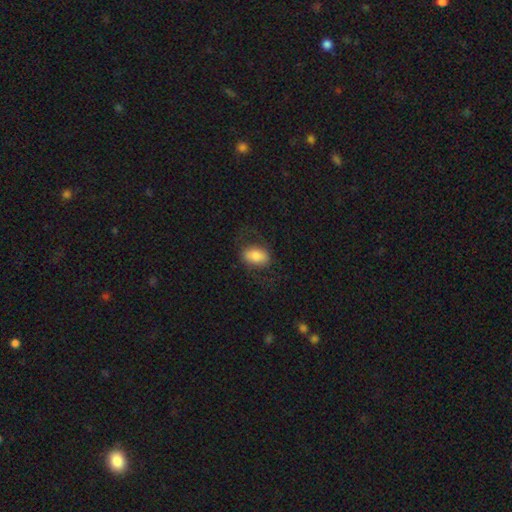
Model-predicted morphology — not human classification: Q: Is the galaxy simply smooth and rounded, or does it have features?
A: smooth — 70%.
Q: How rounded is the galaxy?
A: in between — 84%.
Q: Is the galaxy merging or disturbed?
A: none — 65%.